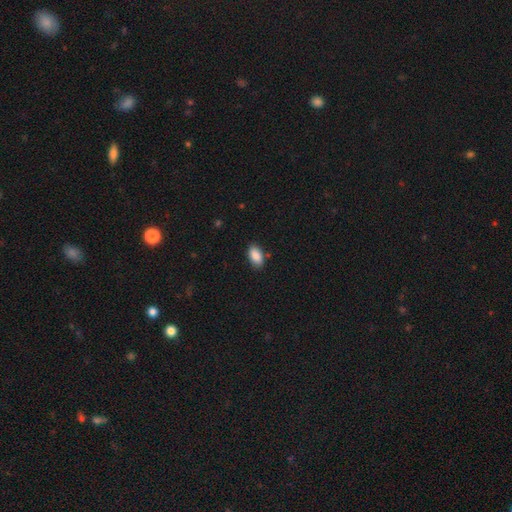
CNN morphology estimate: A smooth galaxy with no disk features (88%) that is in between round and cigar-shaped (93%). Merging: none (84%).